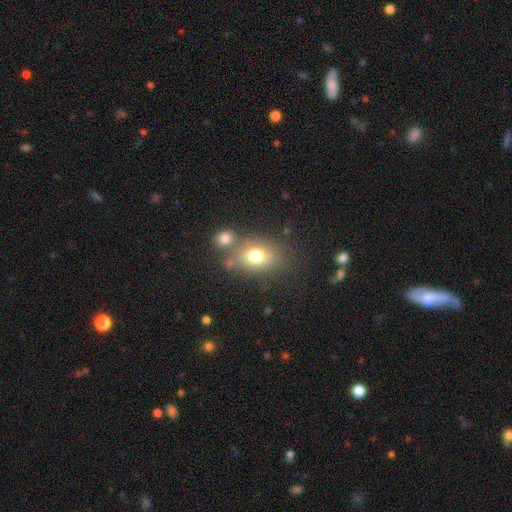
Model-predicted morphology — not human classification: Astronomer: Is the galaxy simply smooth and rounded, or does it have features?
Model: smooth — 72%.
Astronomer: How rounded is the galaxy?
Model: in between — 70%.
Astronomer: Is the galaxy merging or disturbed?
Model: none — 56%.